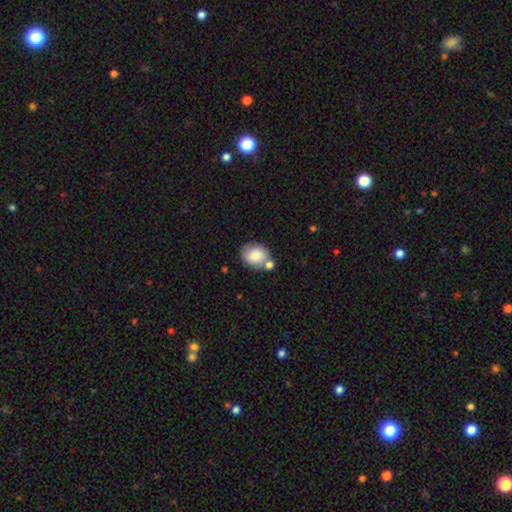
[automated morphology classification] Q: Smooth or featured?
A: smooth (81%); runner-up: featured or disk (12%)
Q: How rounded?
A: round (55%); runner-up: in between (45%)
Q: Merging?
A: none (55%); runner-up: merger (24%)